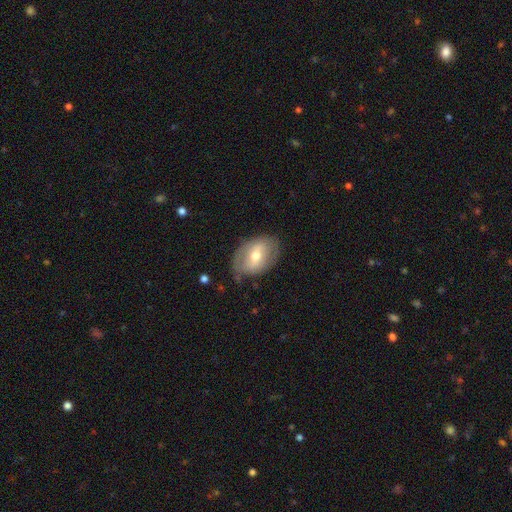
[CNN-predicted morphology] Smooth or featured? featured or disk (51%)
Edge-on disk? no (92%)
Merging? none (70%)